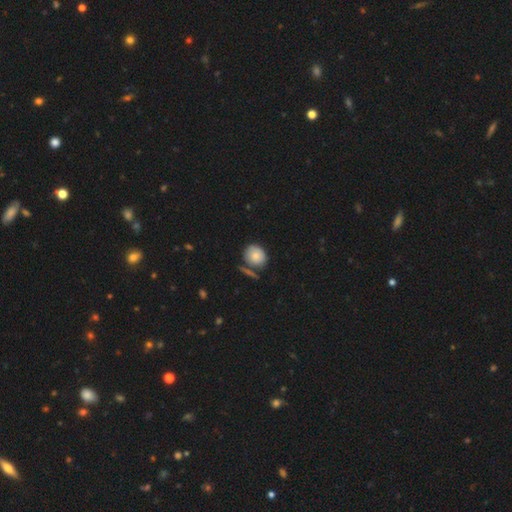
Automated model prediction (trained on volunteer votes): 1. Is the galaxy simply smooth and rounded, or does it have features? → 79% smooth, 13% featured or disk, 8% star or artifact.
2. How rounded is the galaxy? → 74% round, 25% in between, 1% cigar-shaped.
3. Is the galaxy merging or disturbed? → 65% none, 17% minor disturbance, 12% merger, 5% major disturbance.